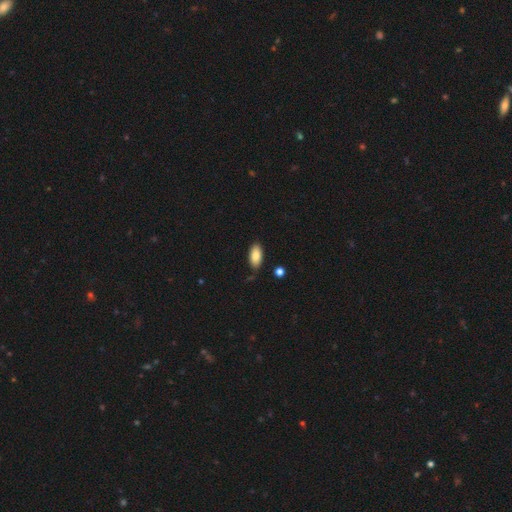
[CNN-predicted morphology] Smooth or featured? smooth (85%)
How rounded? in between (93%)
Merging? none (82%)